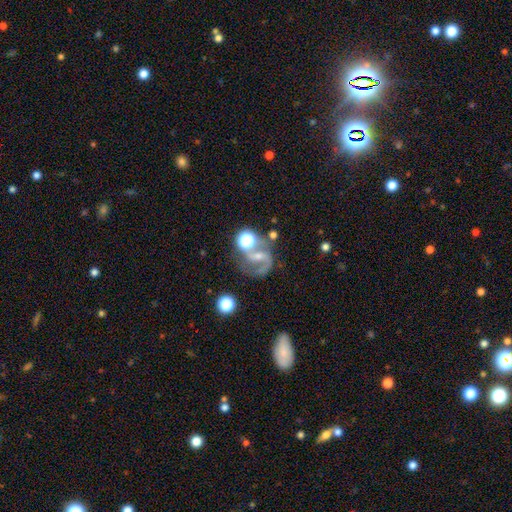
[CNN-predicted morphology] type=featured or disk (71%); edge-on=no (97%); bar=weak (41%); spiral arms=yes (87%); winding=medium (46%); arm count=2 (70%); bulge=small (48%); merging=none (47%).